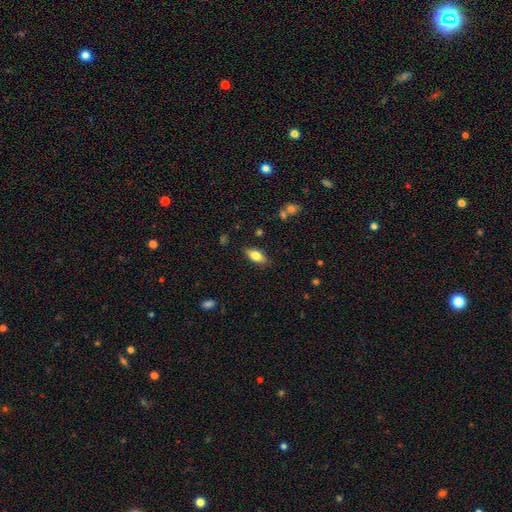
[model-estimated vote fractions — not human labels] This appears to be a smooth galaxy with no disk features (74%) that is in between round and cigar-shaped (83%). Merging: none (85%).